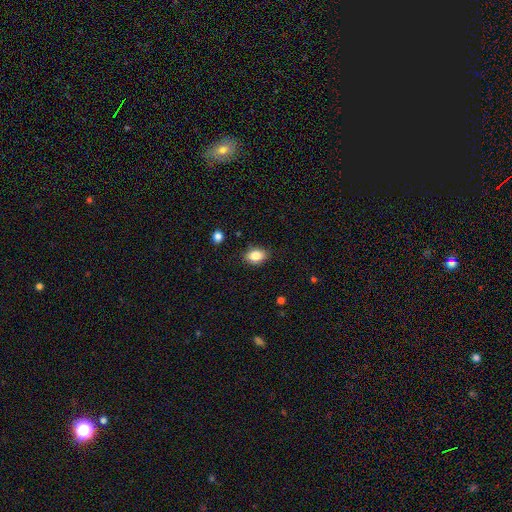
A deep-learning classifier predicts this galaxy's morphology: Q: Smooth or featured?
A: smooth (85%); runner-up: star or artifact (8%)
Q: How rounded?
A: in between (81%); runner-up: round (18%)
Q: Merging?
A: none (85%); runner-up: minor disturbance (12%)